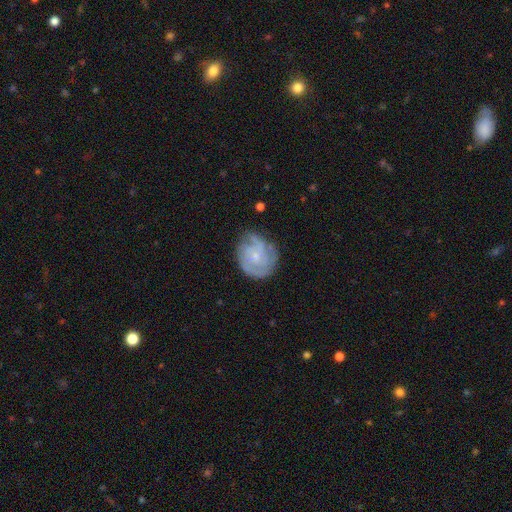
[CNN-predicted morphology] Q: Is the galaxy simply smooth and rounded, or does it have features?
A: featured or disk — 76%.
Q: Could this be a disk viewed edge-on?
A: no — 98%.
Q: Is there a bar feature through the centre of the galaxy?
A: no — 76%.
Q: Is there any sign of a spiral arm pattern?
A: yes — 92%.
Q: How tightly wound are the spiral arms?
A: tight — 58%.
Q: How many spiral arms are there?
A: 3 — 31%.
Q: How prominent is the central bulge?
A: small — 70%.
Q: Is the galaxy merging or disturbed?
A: none — 68%.